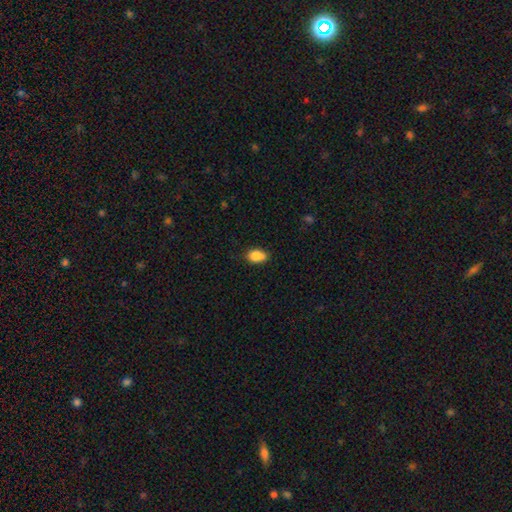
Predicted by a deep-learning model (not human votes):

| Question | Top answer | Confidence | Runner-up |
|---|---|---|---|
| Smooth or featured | smooth | 83% | star or artifact (9%) |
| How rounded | in between | 79% | round (19%) |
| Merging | none | 58% | minor disturbance (30%) |